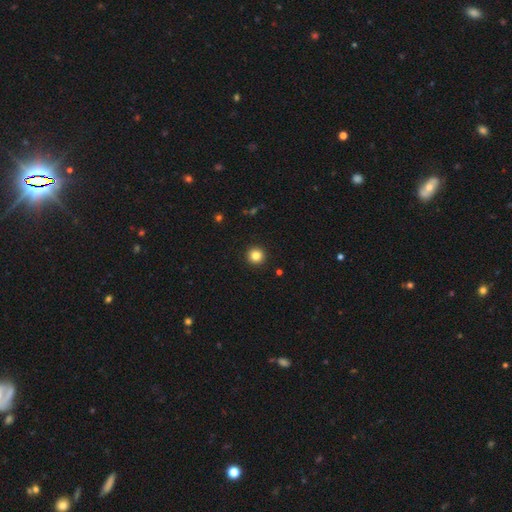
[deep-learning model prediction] A smooth galaxy with no disk features (84%) that is round (96%). Merging: none (94%).